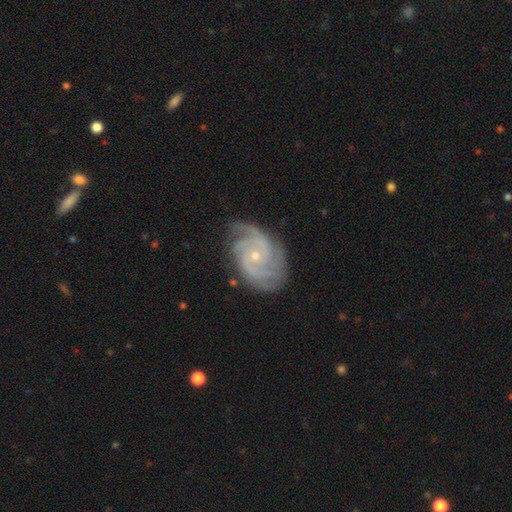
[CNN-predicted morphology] Q: Smooth or featured?
A: featured or disk (91%); runner-up: star or artifact (5%)
Q: Edge-on disk?
A: no (98%); runner-up: yes (2%)
Q: Bar?
A: no (70%); runner-up: weak (25%)
Q: Spiral arms?
A: yes (98%); runner-up: no (2%)
Q: Spiral winding?
A: tight (59%); runner-up: medium (36%)
Q: Spiral arm count?
A: 3 (37%); runner-up: 2 (32%)
Q: Bulge size?
A: small (74%); runner-up: moderate (23%)
Q: Merging?
A: none (77%); runner-up: minor disturbance (17%)